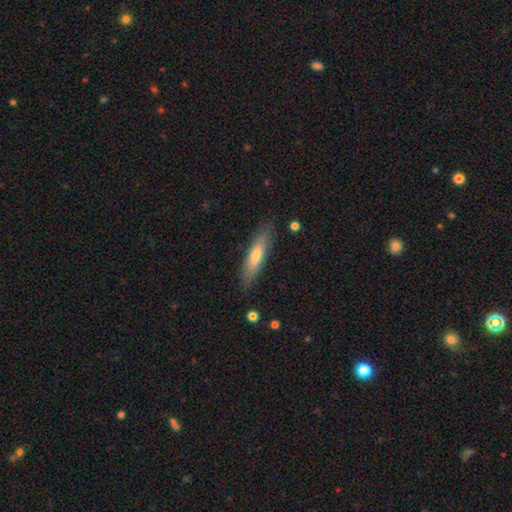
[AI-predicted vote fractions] Smooth or featured: smooth — 64% (featured or disk — 30%)
How rounded: cigar-shaped — 76% (in between — 22%)
Merging: none — 86% (minor disturbance — 11%)